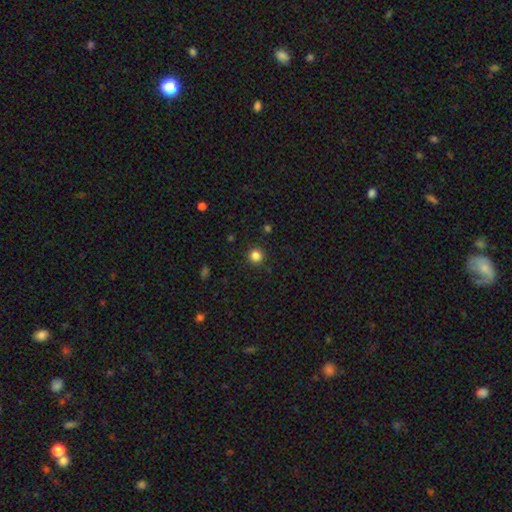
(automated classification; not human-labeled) The model was most divided on "smooth or featured": smooth: 84%, star or artifact: 12%, featured or disk: 4%. More confident: how rounded — round (95%); merging — none (92%).